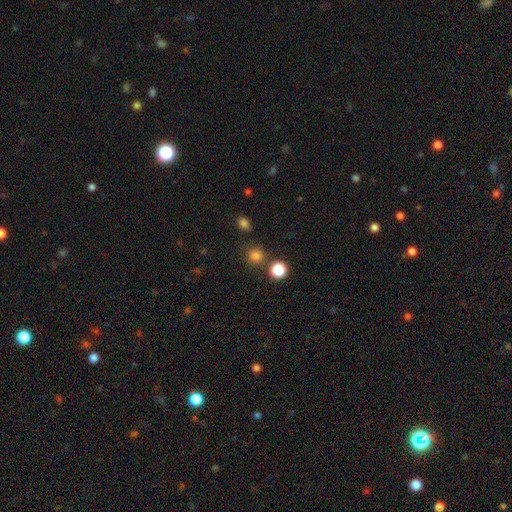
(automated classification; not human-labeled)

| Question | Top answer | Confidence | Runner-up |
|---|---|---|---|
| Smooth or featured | smooth | 79% | star or artifact (17%) |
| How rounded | round | 86% | in between (13%) |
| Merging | none | 77% | minor disturbance (11%) |